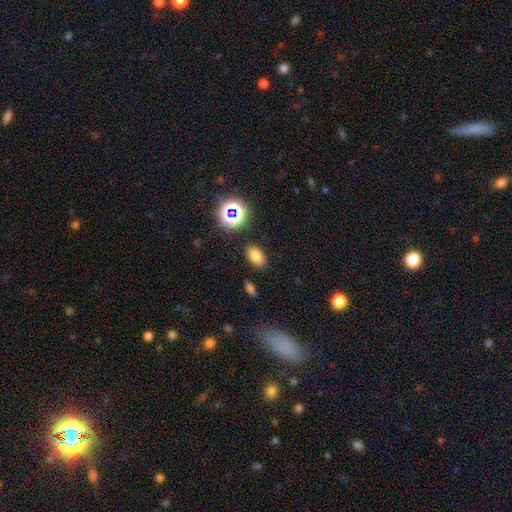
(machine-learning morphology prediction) Smooth or featured? Predicted: smooth (p=0.76). How rounded? Predicted: in between (p=0.87). Merging? Predicted: none (p=0.85).